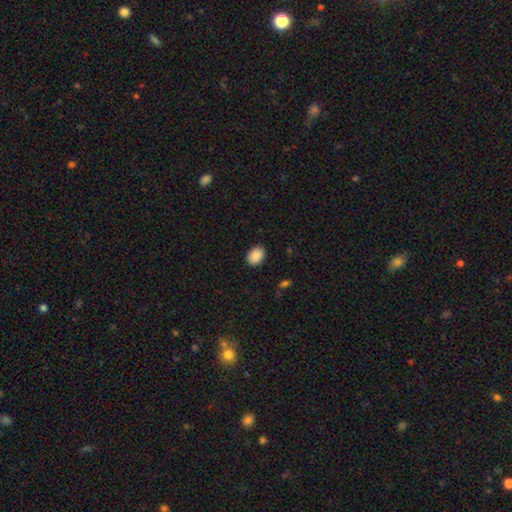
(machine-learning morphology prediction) smooth_or_featured: smooth (p=0.90) [alt: star or artifact p=0.08]
how_rounded: in between (p=0.73) [alt: round p=0.26]
merging: none (p=0.88) [alt: minor disturbance p=0.09]